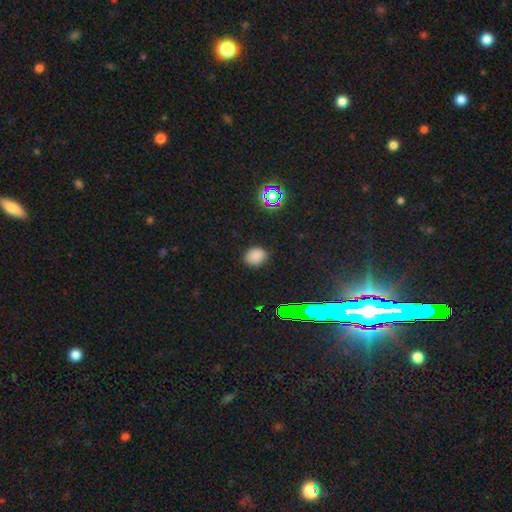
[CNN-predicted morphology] Overall: smooth (79%). How rounded: round (58%; in between 40%). Merging: none (83%).